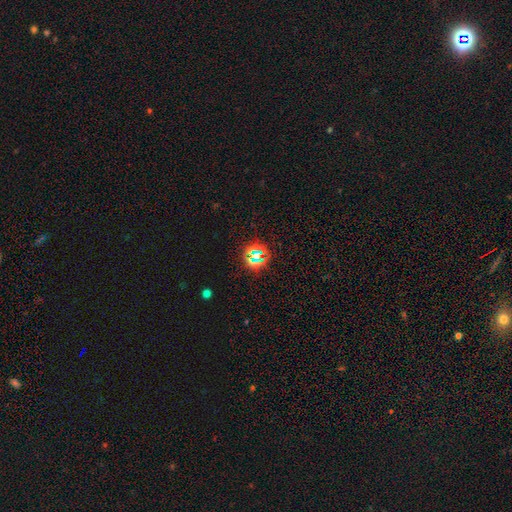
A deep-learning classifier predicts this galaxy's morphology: This appears to be a star or artifact, not a galaxy (72%).